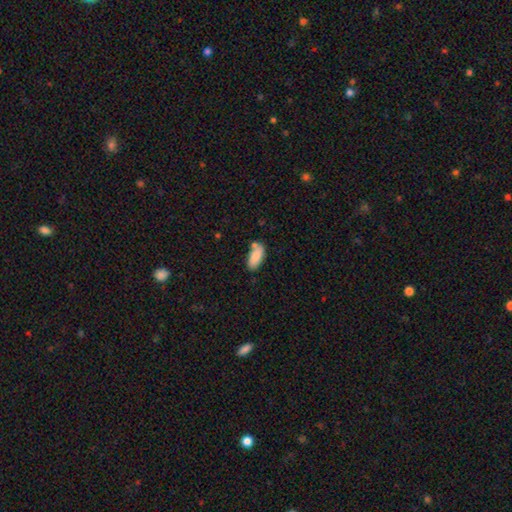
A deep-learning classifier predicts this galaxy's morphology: Smooth or featured? smooth (85%)
How rounded? in between (85%)
Merging? none (61%)